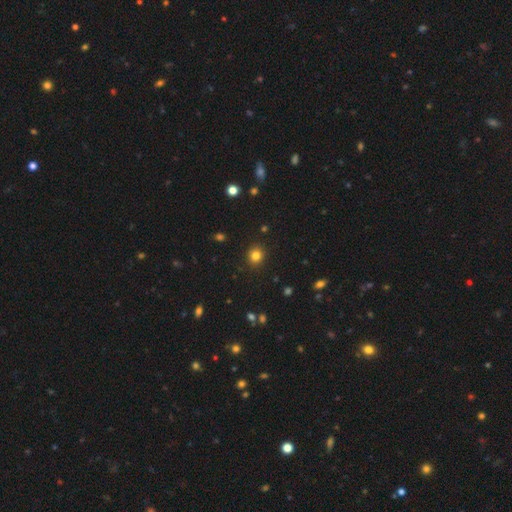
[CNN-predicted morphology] The model was most divided on "smooth or featured": smooth: 82%, star or artifact: 13%, featured or disk: 5%. More confident: merging — none (90%); how rounded — round (85%).